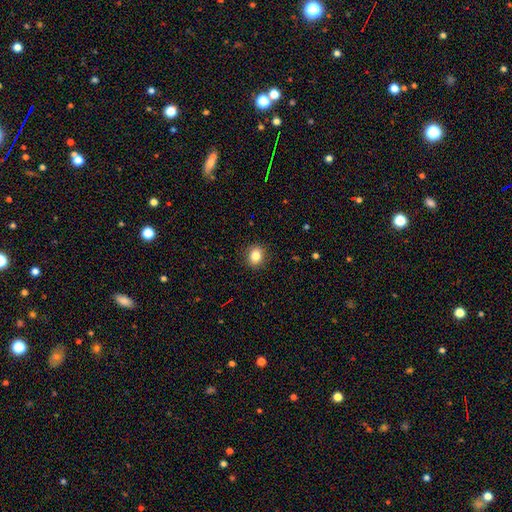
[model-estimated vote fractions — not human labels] smooth 83%, star or artifact 10%, featured or disk 6%. Down the decision tree: how rounded — round (67%); merging — none (89%).